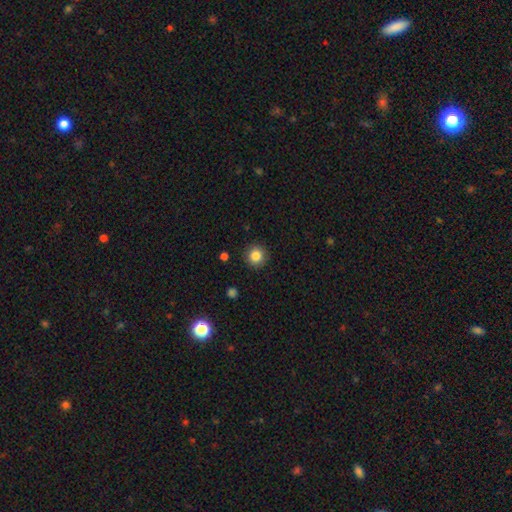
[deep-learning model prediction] The model was most divided on "smooth or featured": smooth: 85%, star or artifact: 11%, featured or disk: 5%. More confident: how rounded — round (94%); merging — none (91%).